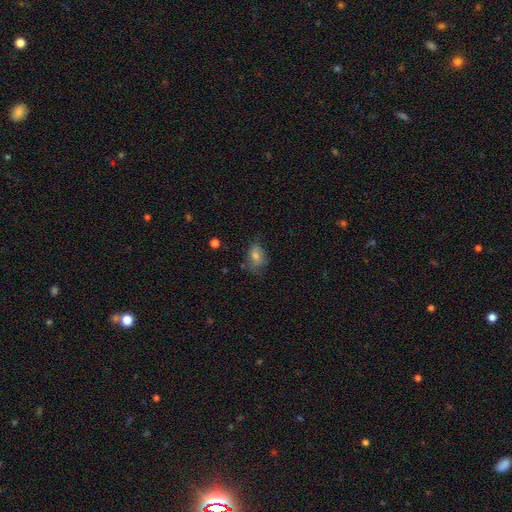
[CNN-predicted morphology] smooth_or_featured: smooth (p=0.62) [alt: featured or disk p=0.23]
how_rounded: in between (p=0.71) [alt: round p=0.27]
merging: none (p=0.55) [alt: minor disturbance p=0.29]